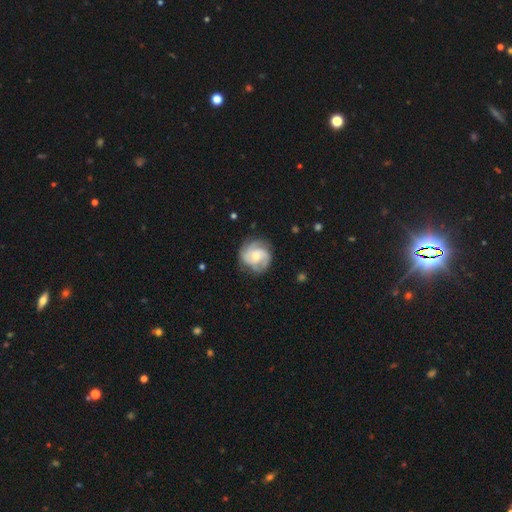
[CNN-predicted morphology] Smooth or featured? featured or disk (81%)
Edge-on disk? no (98%)
Bar? no (66%)
Spiral arms? yes (95%)
Spiral winding? tight (51%)
Spiral arm count? 3 (43%)
Bulge size? moderate (53%)
Merging? none (76%)